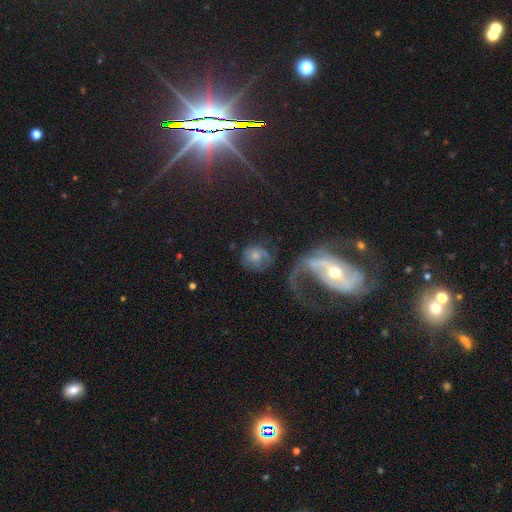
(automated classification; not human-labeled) Smooth or featured? smooth (43%, tied with featured or disk)
Merging? none (48%)